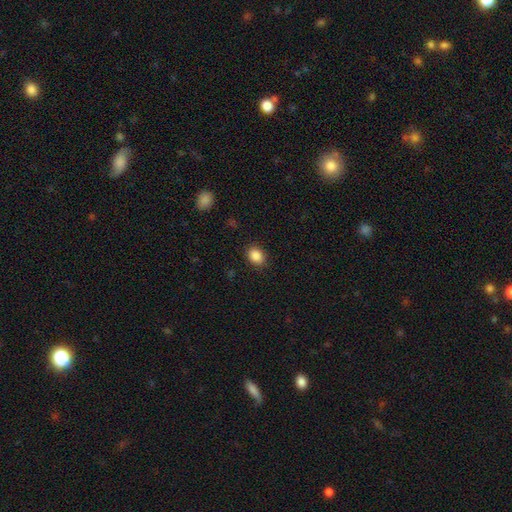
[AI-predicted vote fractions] Smooth or featured? Predicted: smooth (p=0.87). How rounded? Predicted: in between (p=0.53). Merging? Predicted: none (p=0.87).